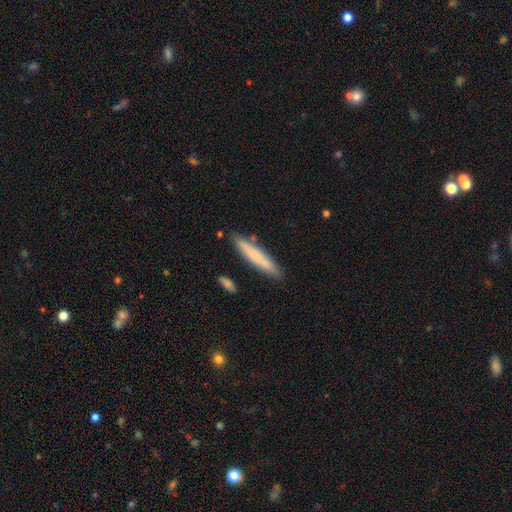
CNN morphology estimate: Q: Smooth or featured?
A: smooth (72%); runner-up: featured or disk (22%)
Q: How rounded?
A: cigar-shaped (92%); runner-up: in between (7%)
Q: Merging?
A: none (85%); runner-up: minor disturbance (10%)